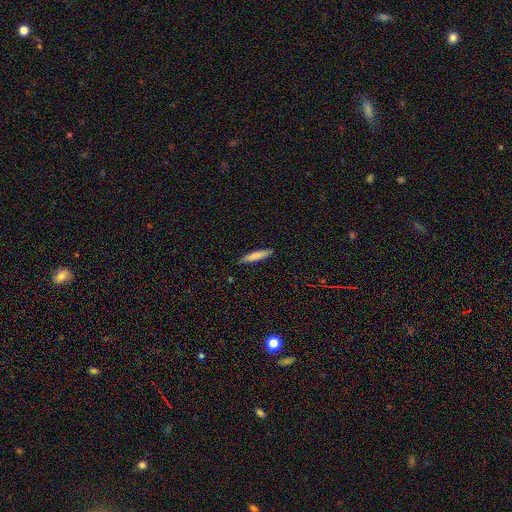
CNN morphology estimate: Smooth or featured?
  - smooth: 80% *
  - featured or disk: 14%
  - star or artifact: 6%
How rounded?
  - cigar-shaped: 88% *
  - in between: 10%
  - round: 1%
Merging?
  - none: 87% *
  - minor disturbance: 10%
  - major disturbance: 2%
  - merger: 1%